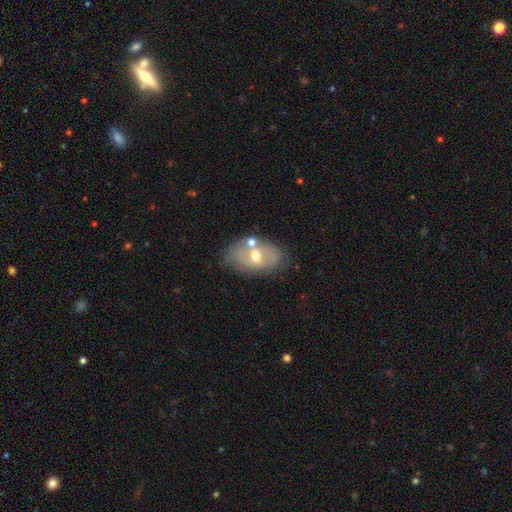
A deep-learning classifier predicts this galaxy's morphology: Smooth or featured?
  - featured or disk: 51% *
  - smooth: 41%
  - star or artifact: 8%
Edge-on disk?
  - no: 90% *
  - yes: 10%
Merging?
  - none: 62% *
  - minor disturbance: 19%
  - merger: 13%
  - major disturbance: 6%